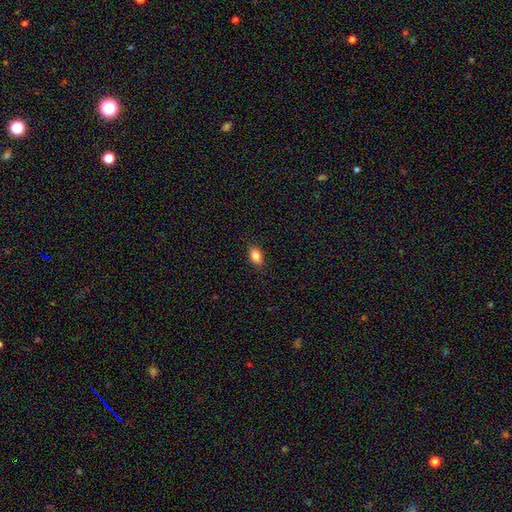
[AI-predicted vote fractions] smooth_or_featured: smooth (p=0.85) [alt: star or artifact p=0.09]
how_rounded: in between (p=0.86) [alt: round p=0.11]
merging: none (p=0.86) [alt: minor disturbance p=0.10]